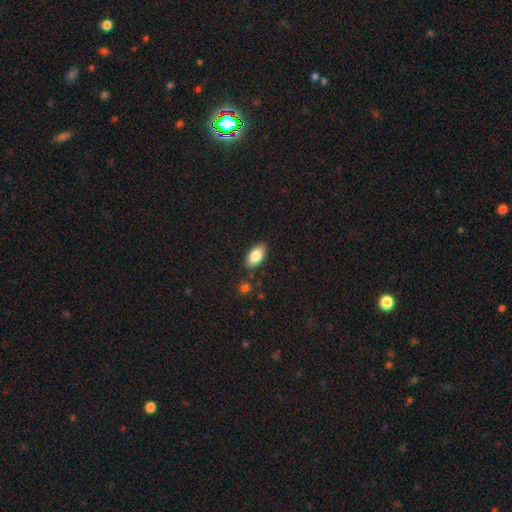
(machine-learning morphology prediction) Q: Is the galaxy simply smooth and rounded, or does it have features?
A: smooth — 84%.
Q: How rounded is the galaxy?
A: in between — 92%.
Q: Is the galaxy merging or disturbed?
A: none — 85%.